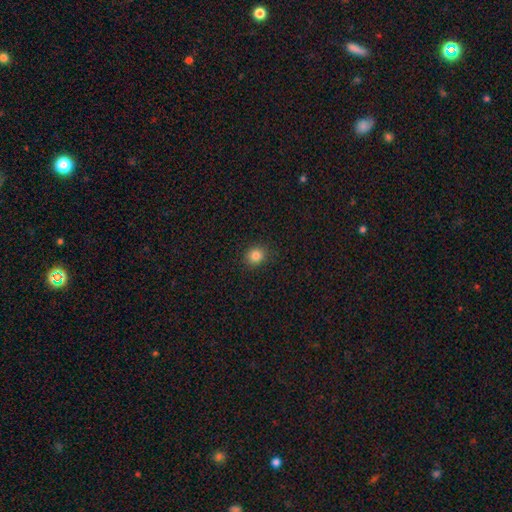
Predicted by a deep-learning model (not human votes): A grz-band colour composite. It shows a smooth galaxy with no disk features (84%) that is round (80%). Merging: none (91%).